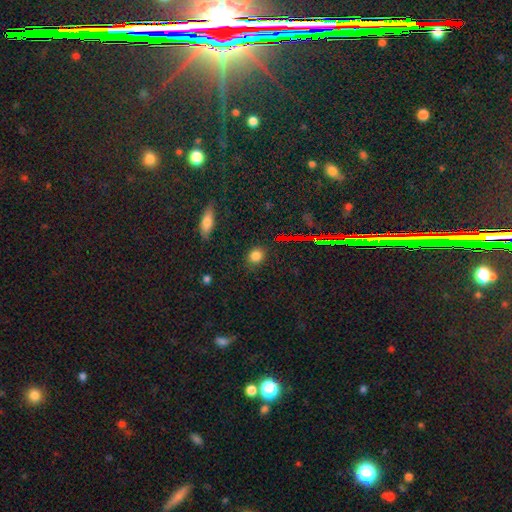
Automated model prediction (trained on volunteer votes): Q: Smooth or featured?
A: smooth (80%); runner-up: star or artifact (15%)
Q: How rounded?
A: round (71%); runner-up: in between (27%)
Q: Merging?
A: none (87%); runner-up: minor disturbance (9%)